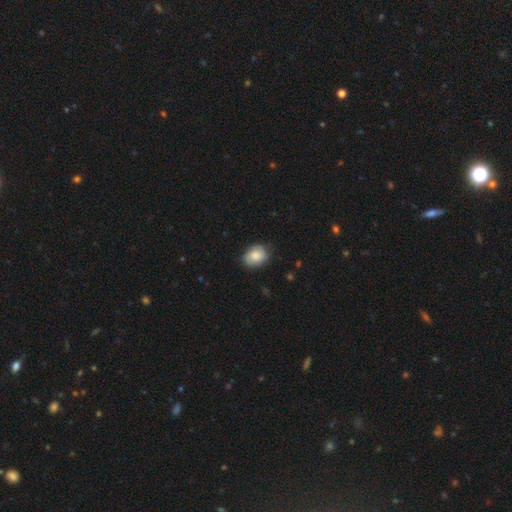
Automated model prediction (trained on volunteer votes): smooth-or-featured: smooth: 80% | featured or disk: 13% | star or artifact: 7%
  how-rounded: in between: 64% | round: 35% | cigar-shaped: 1%
  merging: none: 72% | minor disturbance: 22% | major disturbance: 5% | merger: 1%